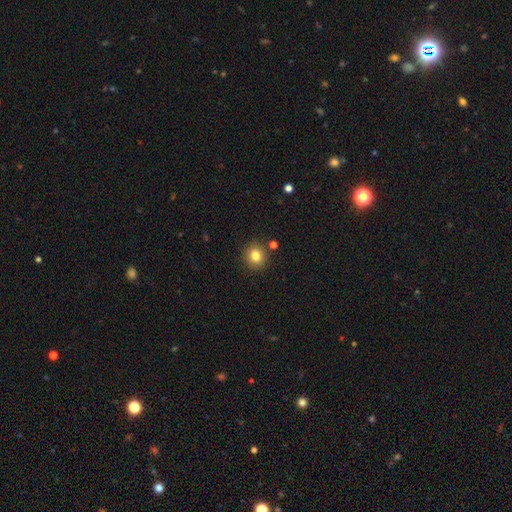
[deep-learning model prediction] This is clearly a smooth galaxy (81%). How rounded: clearly round (87%). Merging: clearly none (86%).